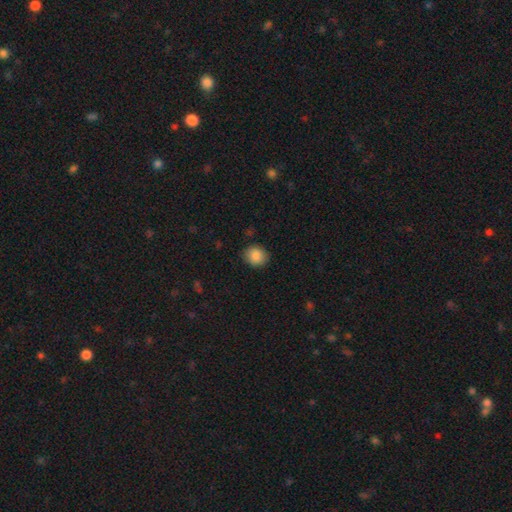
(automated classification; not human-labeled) Smooth or featured?
  - smooth: 88% *
  - star or artifact: 8%
  - featured or disk: 4%
How rounded?
  - round: 71% *
  - in between: 28%
  - cigar-shaped: 1%
Merging?
  - none: 86% *
  - minor disturbance: 10%
  - major disturbance: 3%
  - merger: 1%